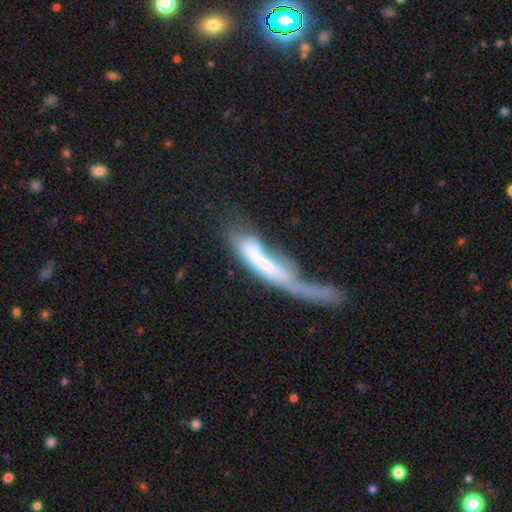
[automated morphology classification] Q: Smooth or featured?
A: smooth (50%); runner-up: featured or disk (42%)
Q: Merging?
A: merger (45%); runner-up: major disturbance (30%)